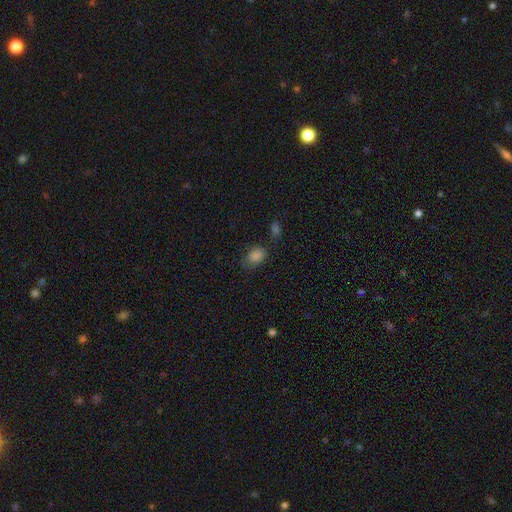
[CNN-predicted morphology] Smooth or featured: smooth — 82% (star or artifact — 12%)
How rounded: in between — 77% (round — 21%)
Merging: none — 67% (minor disturbance — 20%)